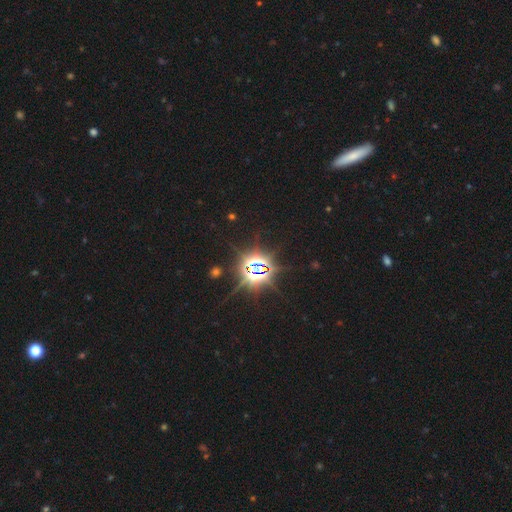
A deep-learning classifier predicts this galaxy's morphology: Q: Smooth or featured?
A: star or artifact (82%); runner-up: smooth (11%)